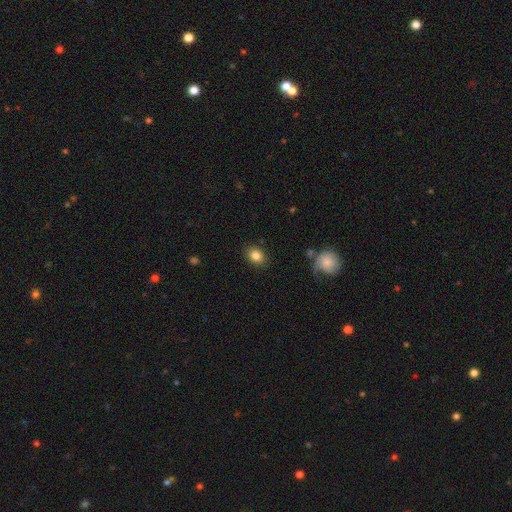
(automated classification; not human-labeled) A smooth galaxy with no disk features (84%) that is in between round and cigar-shaped (60%). Merging: none (87%).